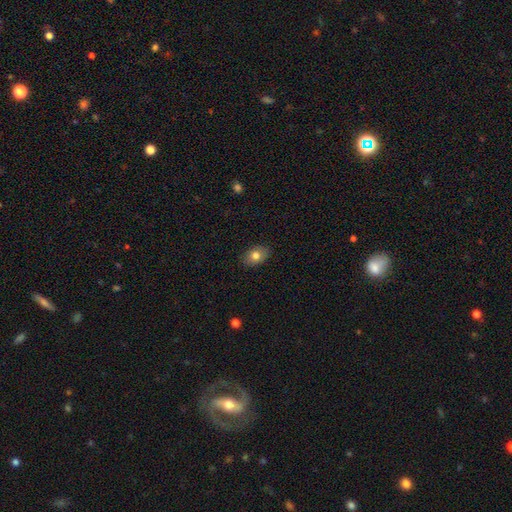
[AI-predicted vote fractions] Q: Smooth or featured?
A: smooth (78%); runner-up: featured or disk (13%)
Q: How rounded?
A: in between (81%); runner-up: round (18%)
Q: Merging?
A: none (88%); runner-up: minor disturbance (9%)